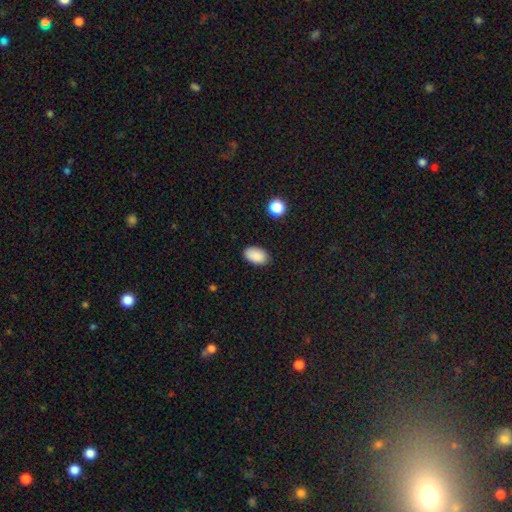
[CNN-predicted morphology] Smooth or featured? Predicted: smooth (p=0.90). How rounded? Predicted: in between (p=0.91). Merging? Predicted: none (p=0.87).